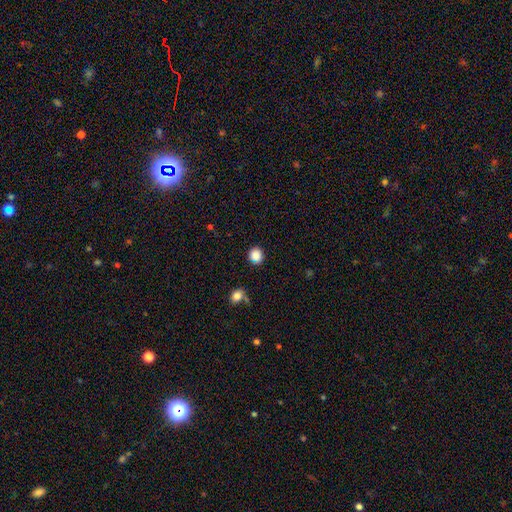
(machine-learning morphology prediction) smooth_or_featured: smooth (p=0.86) [alt: star or artifact p=0.10]
how_rounded: round (p=0.83) [alt: in between p=0.16]
merging: none (p=0.84) [alt: minor disturbance p=0.09]